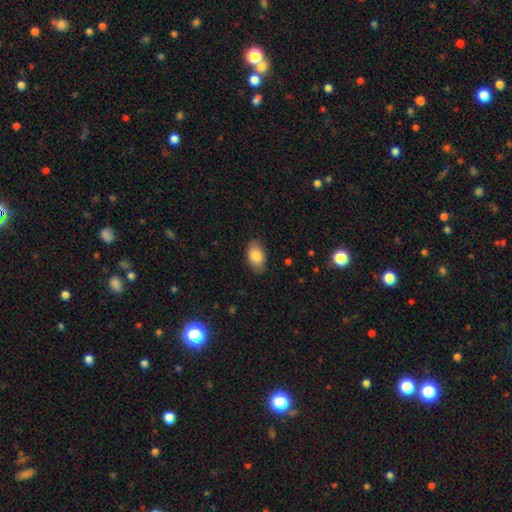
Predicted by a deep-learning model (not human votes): Smooth or featured? smooth (84%)
How rounded? in between (90%)
Merging? none (83%)